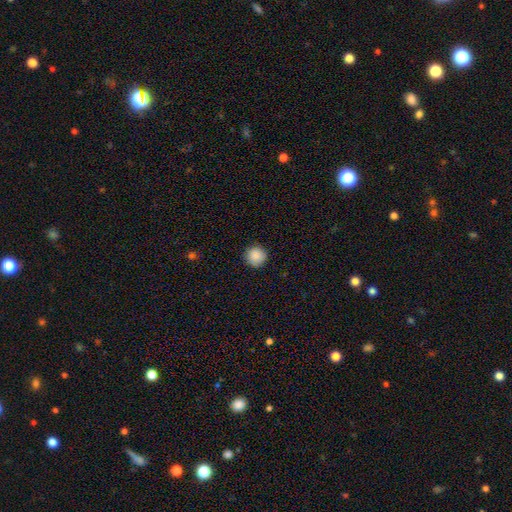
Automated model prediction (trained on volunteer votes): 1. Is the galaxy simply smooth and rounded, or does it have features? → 88% smooth, 8% star or artifact, 4% featured or disk.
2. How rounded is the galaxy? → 95% round, 4% in between, 1% cigar-shaped.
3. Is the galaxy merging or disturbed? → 91% none, 7% minor disturbance, 2% major disturbance, 1% merger.